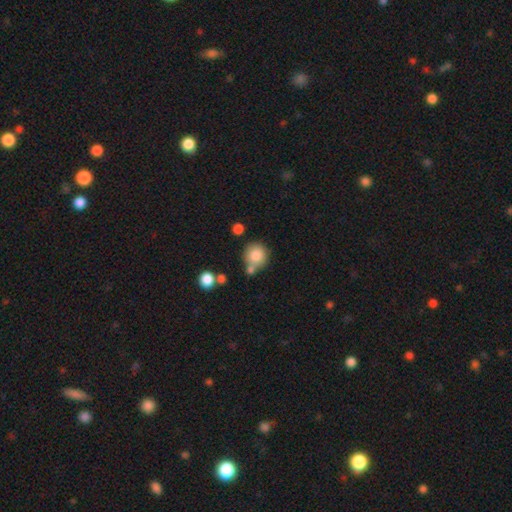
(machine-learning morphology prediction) A smooth galaxy with no disk features (83%) that is round (89%).

Vote fractions:
- Smooth or featured? smooth: 83% / star or artifact: 9% / featured or disk: 8%
- How rounded? round: 89% / in between: 10% / cigar-shaped: 1%
- Merging? none: 61% / merger: 21% / minor disturbance: 14% / major disturbance: 4%